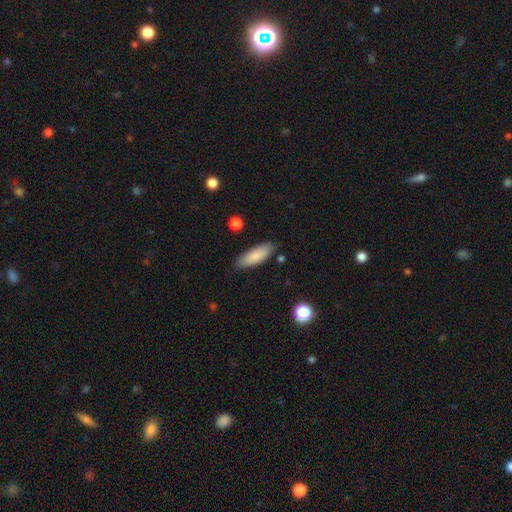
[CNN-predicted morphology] A smooth galaxy with no disk features (84%) that is in between round and cigar-shaped (61%). Merging: none (85%).